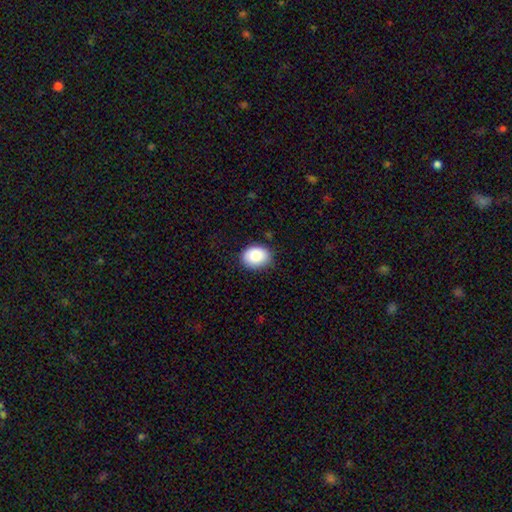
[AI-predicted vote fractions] Smooth or featured? smooth (87%)
How rounded? in between (63%)
Merging? none (81%)